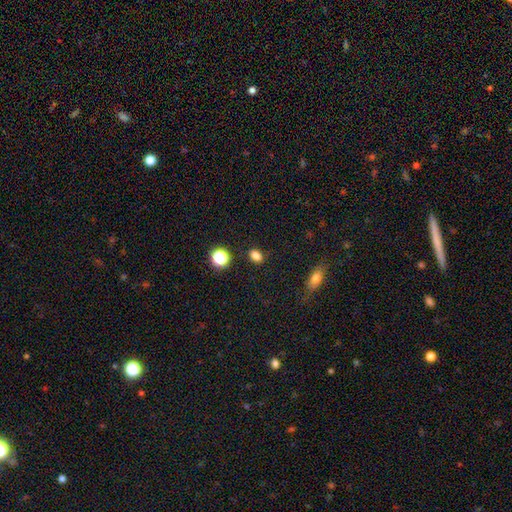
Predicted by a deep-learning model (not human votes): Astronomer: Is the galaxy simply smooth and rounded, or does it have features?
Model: smooth — 81%.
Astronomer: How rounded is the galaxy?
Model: in between — 70%.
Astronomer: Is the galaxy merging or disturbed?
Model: none — 85%.